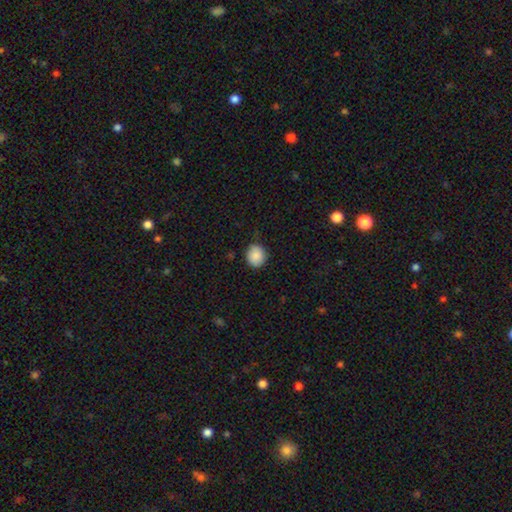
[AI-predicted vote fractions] Smooth or featured? smooth (88%)
How rounded? round (82%)
Merging? none (85%)